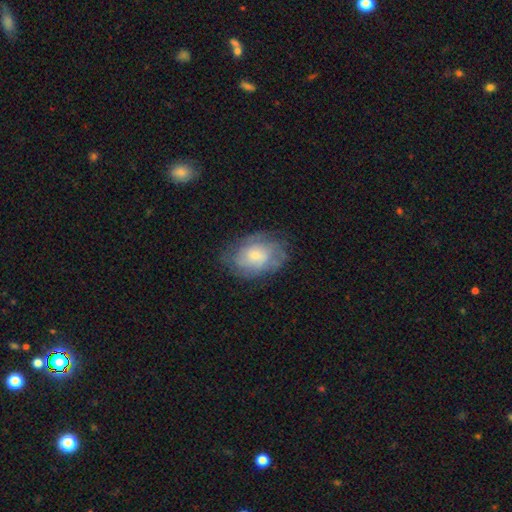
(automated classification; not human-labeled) This appears to be a featured or disk galaxy (53%) with no bar (70%), spiral arms (74%) and a small central bulge (51%). Merging: none (69%).